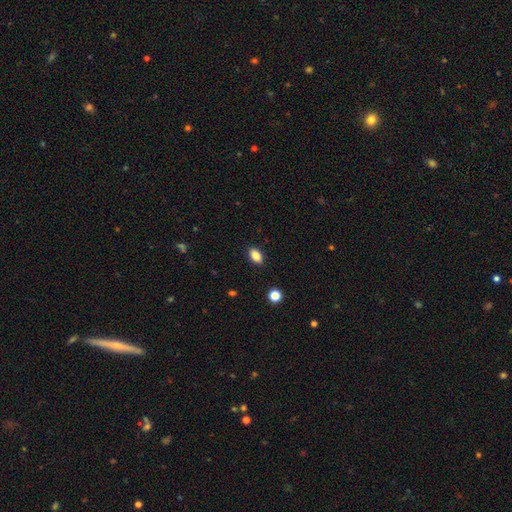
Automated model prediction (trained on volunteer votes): Smooth or featured? smooth (87%)
How rounded? in between (89%)
Merging? none (89%)